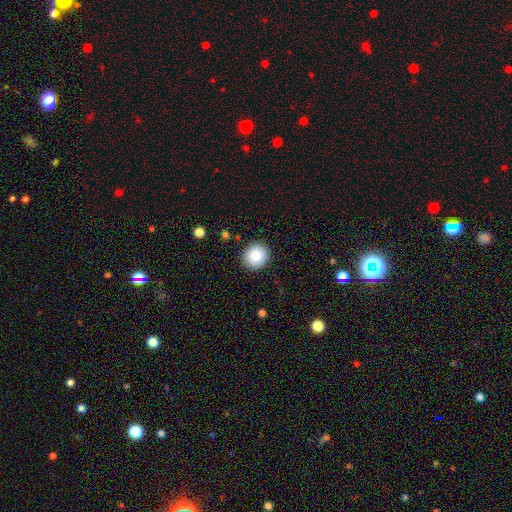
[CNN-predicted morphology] The model was most divided on "smooth or featured": smooth: 87%, star or artifact: 8%, featured or disk: 5%. More confident: how rounded — round (91%); merging — none (91%).